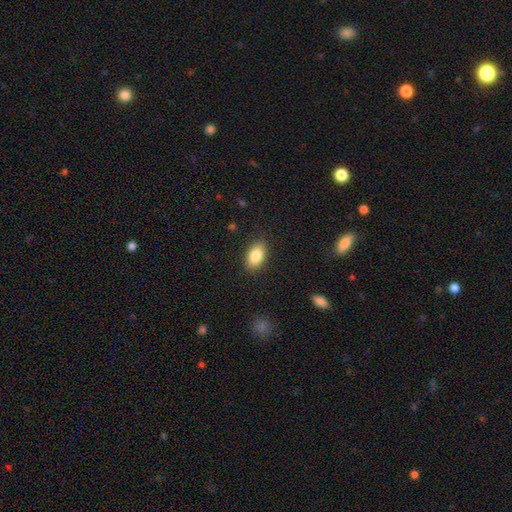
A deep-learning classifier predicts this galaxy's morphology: Smooth or featured: smooth — 85% (featured or disk — 8%)
How rounded: in between — 92% (round — 6%)
Merging: none — 87% (minor disturbance — 9%)